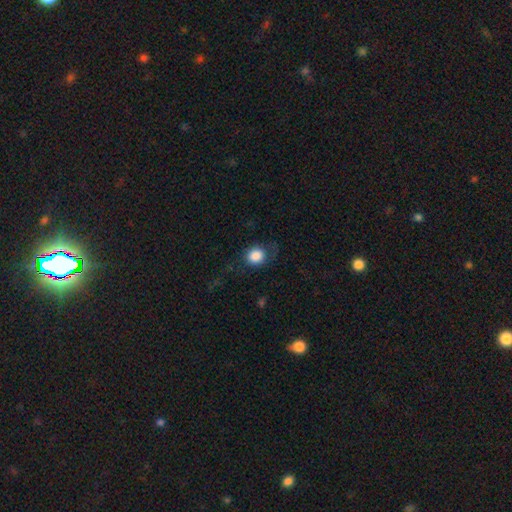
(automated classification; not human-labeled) Overall: smooth (84%). How rounded: round (67%; in between 32%). Merging: none (64%).